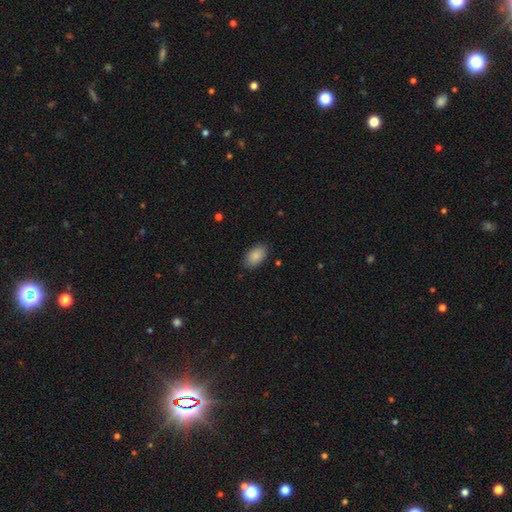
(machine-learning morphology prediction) Overall: smooth (87%). How rounded: in between (93%). Merging: none (86%).